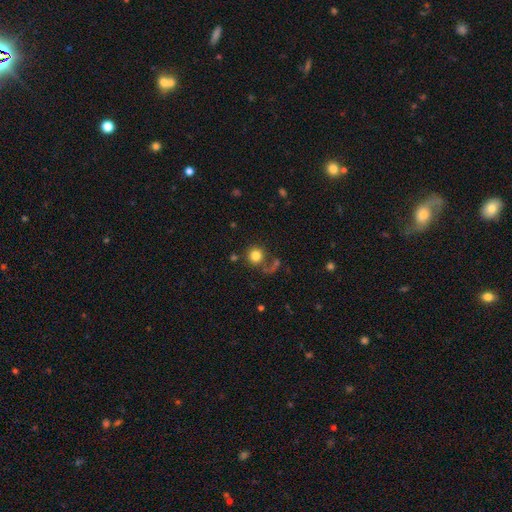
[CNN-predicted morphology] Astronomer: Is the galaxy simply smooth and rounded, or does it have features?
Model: smooth — 79%.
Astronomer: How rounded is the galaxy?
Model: round — 92%.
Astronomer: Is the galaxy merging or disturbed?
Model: none — 63%.